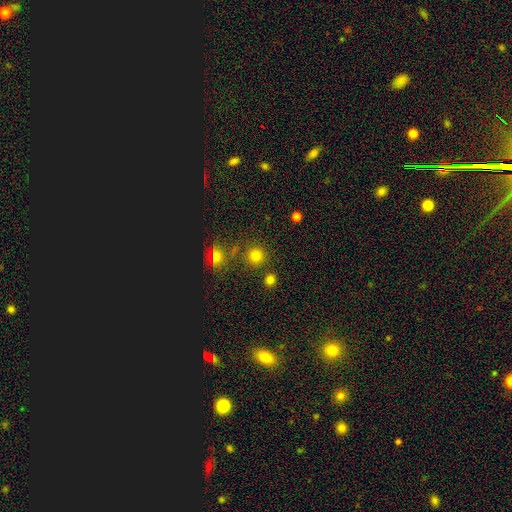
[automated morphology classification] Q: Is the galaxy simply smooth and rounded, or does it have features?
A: smooth — 78%.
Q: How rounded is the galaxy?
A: round — 93%.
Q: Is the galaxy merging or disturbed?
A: none — 81%.